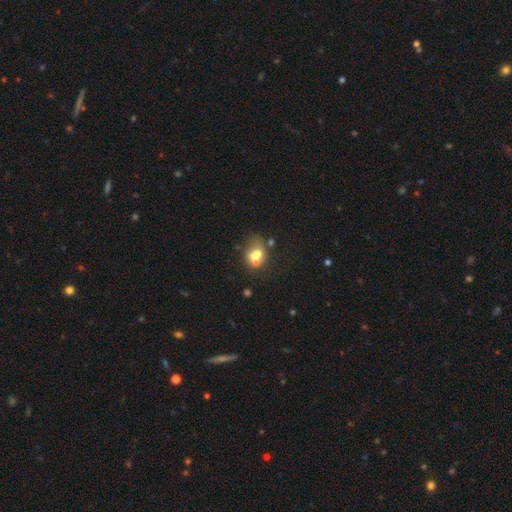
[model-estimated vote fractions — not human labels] Smooth or featured? smooth (61%)
How rounded? in between (61%)
Merging? merger (43%)